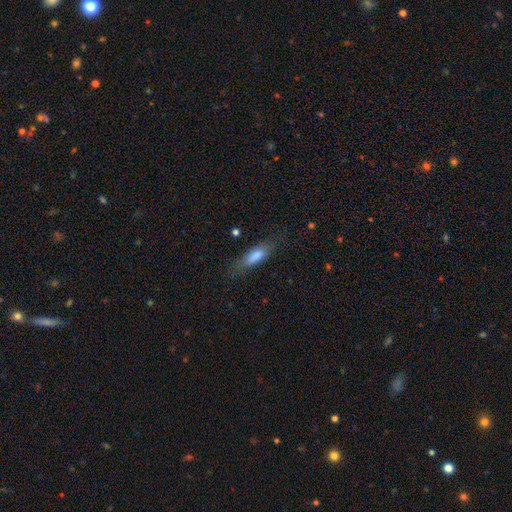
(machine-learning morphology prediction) This is likely a smooth galaxy (73%). How rounded: possibly cigar-shaped (51%). Merging: likely none (75%).